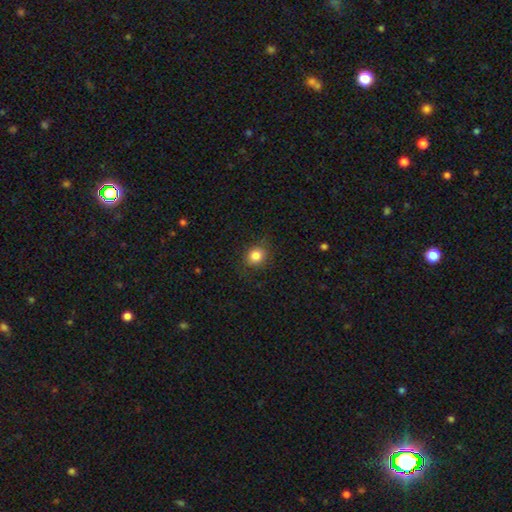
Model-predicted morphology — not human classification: Smooth or featured: smooth — 84% (star or artifact — 10%)
How rounded: round — 76% (in between — 23%)
Merging: none — 83% (minor disturbance — 12%)